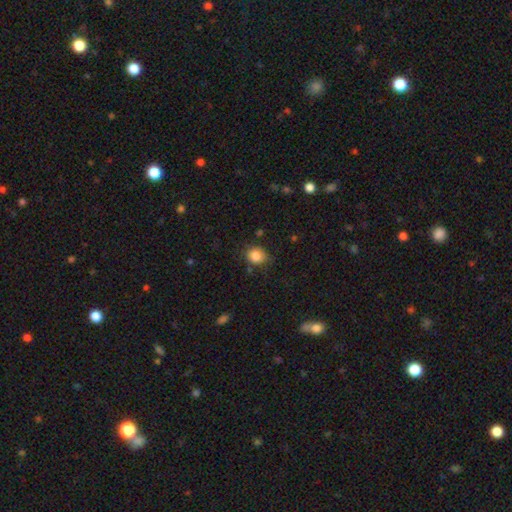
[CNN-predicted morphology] Smooth or featured: smooth — 85% (star or artifact — 10%)
How rounded: round — 65% (in between — 34%)
Merging: none — 73% (minor disturbance — 20%)